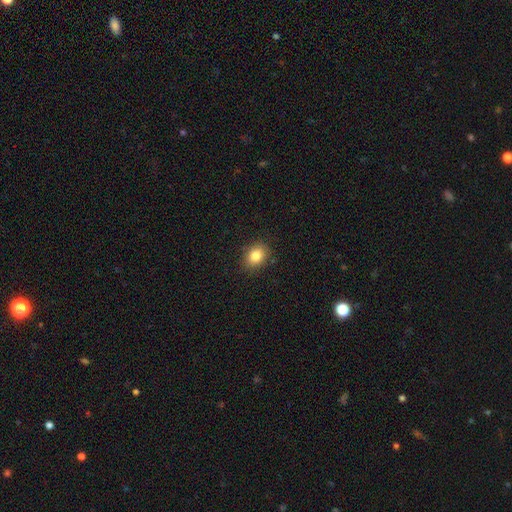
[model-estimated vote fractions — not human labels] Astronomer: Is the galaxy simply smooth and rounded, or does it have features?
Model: smooth — 83%.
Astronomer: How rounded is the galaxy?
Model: in between — 59% (runner-up: round, 40%).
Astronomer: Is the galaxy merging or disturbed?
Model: none — 87%.